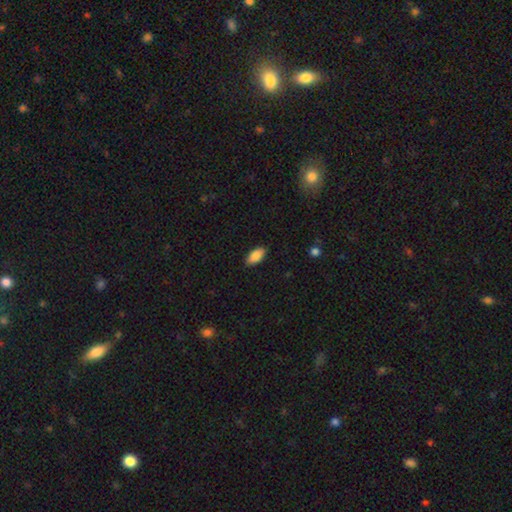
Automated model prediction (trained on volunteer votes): smooth 86%, featured or disk 7%, star or artifact 7%. Down the decision tree: how rounded — in between (92%); merging — none (88%).